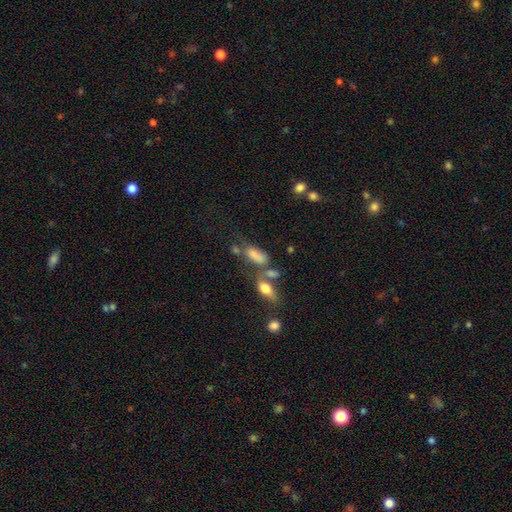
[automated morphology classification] smooth-or-featured: smooth: 75% | featured or disk: 14% | star or artifact: 11%
  how-rounded: in between: 81% | cigar-shaped: 15% | round: 4%
  merging: merger: 40% | none: 31% | minor disturbance: 15% | major disturbance: 14%